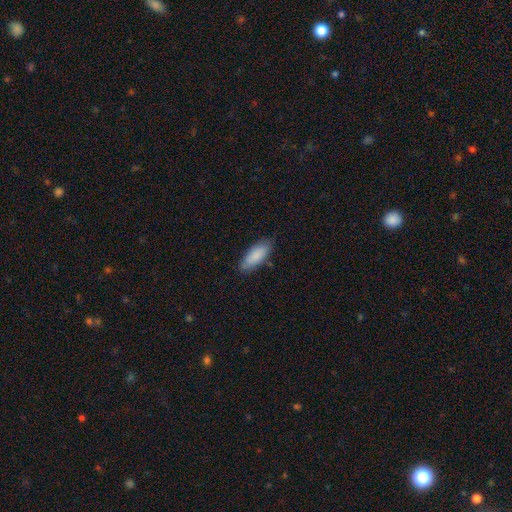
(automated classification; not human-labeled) Overall: smooth (86%). How rounded: in between (71%). Merging: none (78%).